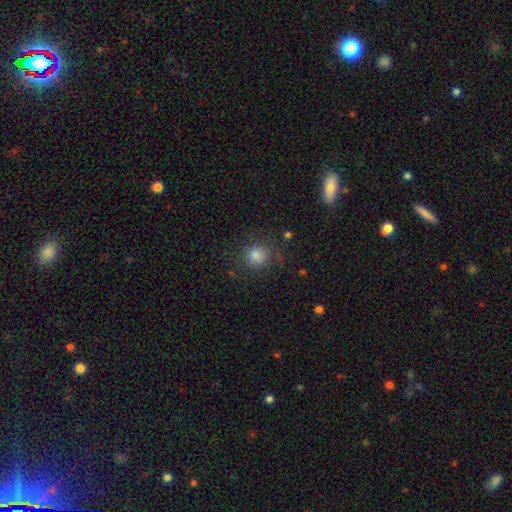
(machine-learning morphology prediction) Smooth or featured? Predicted: smooth (p=0.80). How rounded? Predicted: round (p=0.89). Merging? Predicted: none (p=0.77).